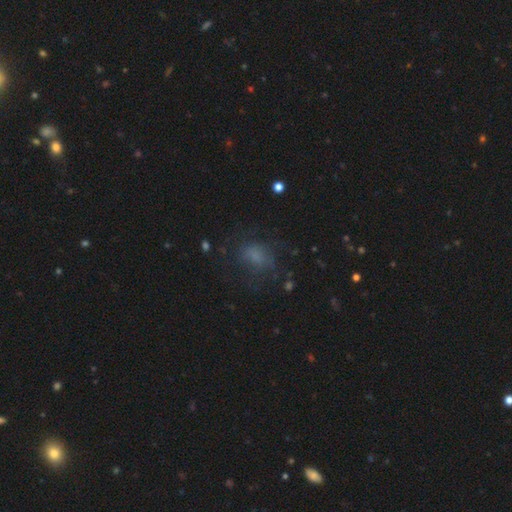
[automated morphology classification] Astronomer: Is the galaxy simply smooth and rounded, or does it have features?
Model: smooth — 61%.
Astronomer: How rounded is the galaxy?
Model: in between — 58% (runner-up: round, 40%).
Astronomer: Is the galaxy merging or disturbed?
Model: none — 59%.